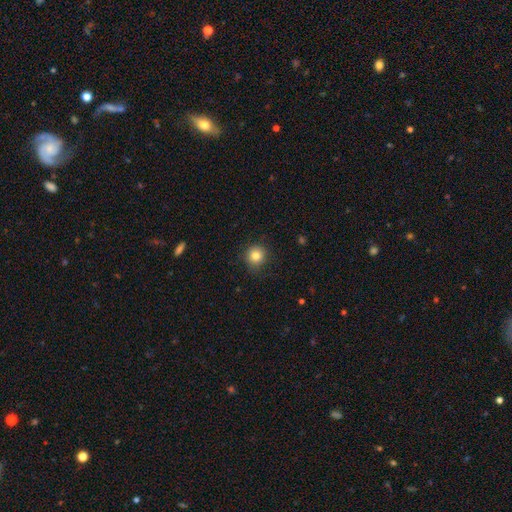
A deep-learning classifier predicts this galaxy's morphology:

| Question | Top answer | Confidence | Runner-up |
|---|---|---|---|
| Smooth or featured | smooth | 82% | star or artifact (11%) |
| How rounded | round | 92% | in between (7%) |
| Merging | none | 86% | minor disturbance (10%) |